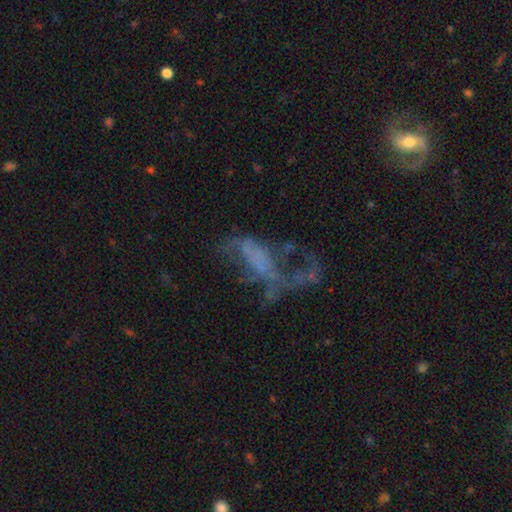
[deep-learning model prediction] Q: Smooth or featured?
A: featured or disk (60%); runner-up: smooth (21%)
Q: Edge-on disk?
A: no (95%); runner-up: yes (5%)
Q: Bar?
A: no (77%); runner-up: weak (15%)
Q: Spiral arms?
A: no (68%); runner-up: yes (32%)
Q: Bulge size?
A: none (79%); runner-up: small (11%)
Q: Merging?
A: major disturbance (54%); runner-up: none (23%)